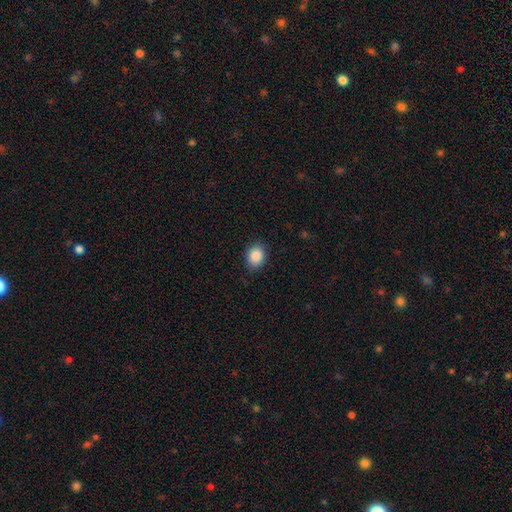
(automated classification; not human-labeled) A smooth galaxy with no disk features (88%) that is in between round and cigar-shaped (53%). Merging: none (86%).